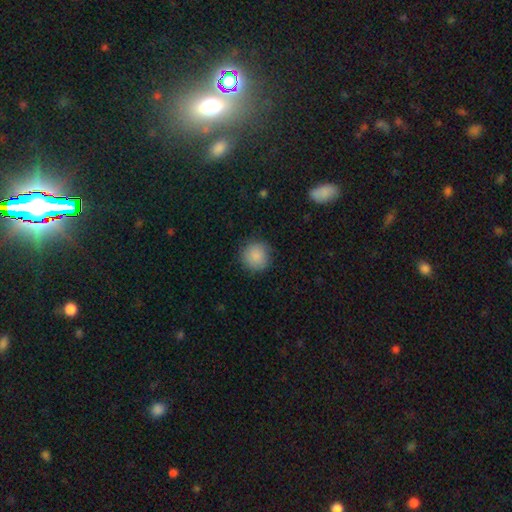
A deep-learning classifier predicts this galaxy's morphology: This appears to be a smooth galaxy with no disk features (88%) that is round (94%). Merging: none (87%).